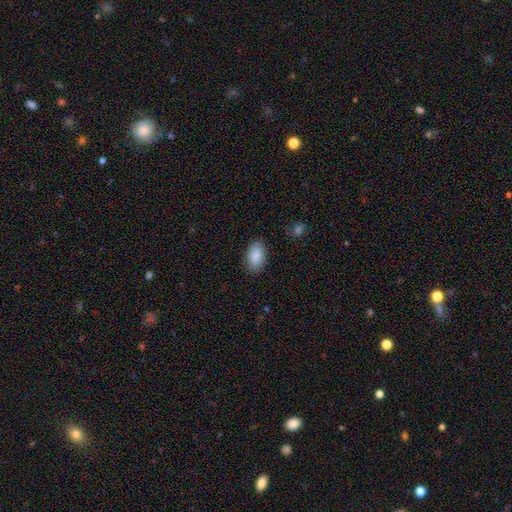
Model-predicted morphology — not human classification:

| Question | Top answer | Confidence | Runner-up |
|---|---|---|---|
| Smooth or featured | smooth | 88% | star or artifact (6%) |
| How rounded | in between | 93% | round (5%) |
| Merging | none | 83% | minor disturbance (13%) |